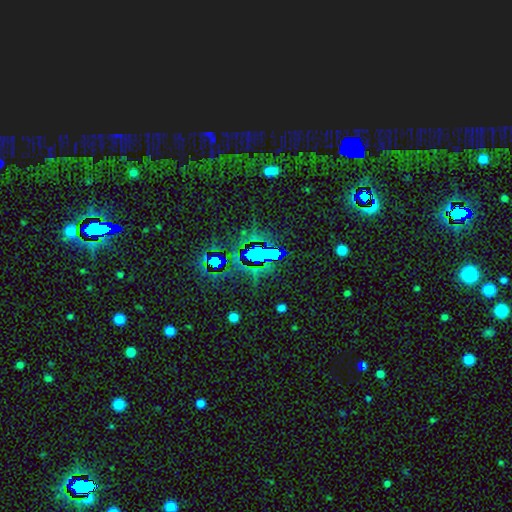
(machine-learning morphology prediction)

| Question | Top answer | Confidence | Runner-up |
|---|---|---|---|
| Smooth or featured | star or artifact | 74% | smooth (16%) |